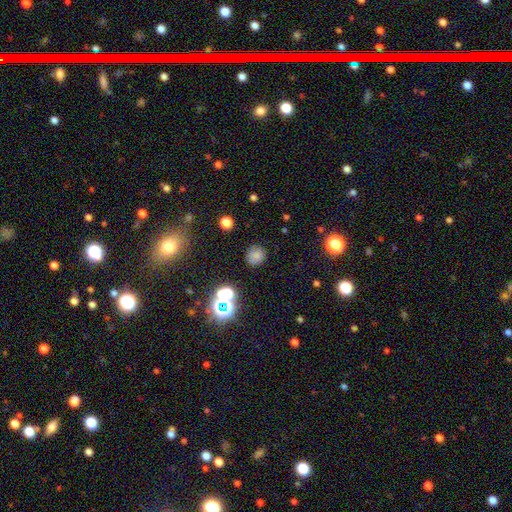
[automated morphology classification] smooth-or-featured: smooth: 72% | star or artifact: 20% | featured or disk: 8%
  how-rounded: round: 86% | in between: 13% | cigar-shaped: 1%
  merging: none: 83% | minor disturbance: 11% | major disturbance: 3% | merger: 3%